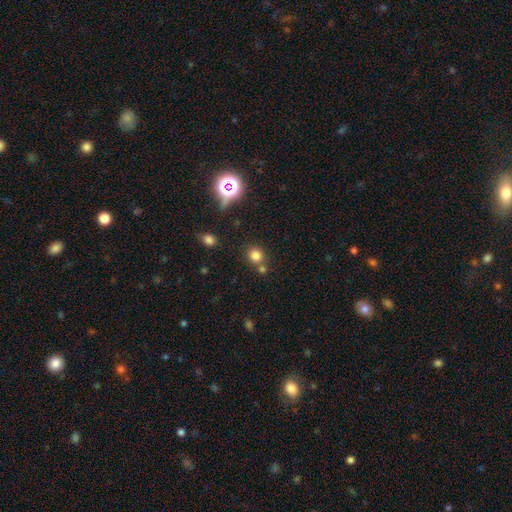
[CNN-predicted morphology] Smooth or featured: smooth — 77% (star or artifact — 16%)
How rounded: round — 86% (in between — 13%)
Merging: none — 68% (merger — 21%)